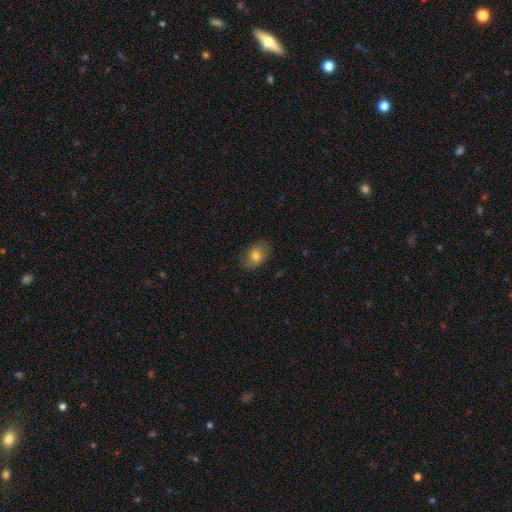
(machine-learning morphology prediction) type=smooth (76%); roundness=in between (82%); merging=none (83%).